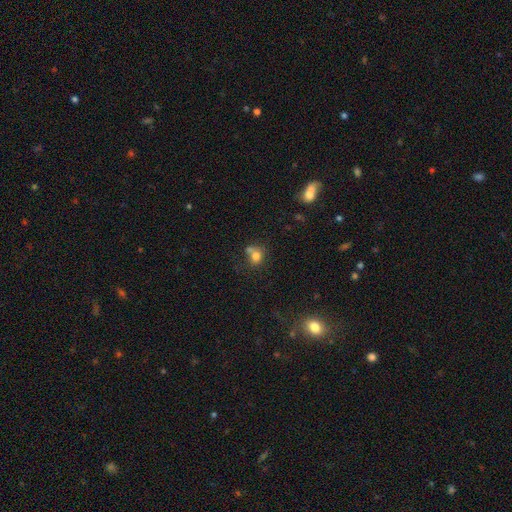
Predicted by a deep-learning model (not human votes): Q: Smooth or featured?
A: smooth (75%); runner-up: star or artifact (13%)
Q: How rounded?
A: round (68%); runner-up: in between (31%)
Q: Merging?
A: none (42%); runner-up: merger (33%)